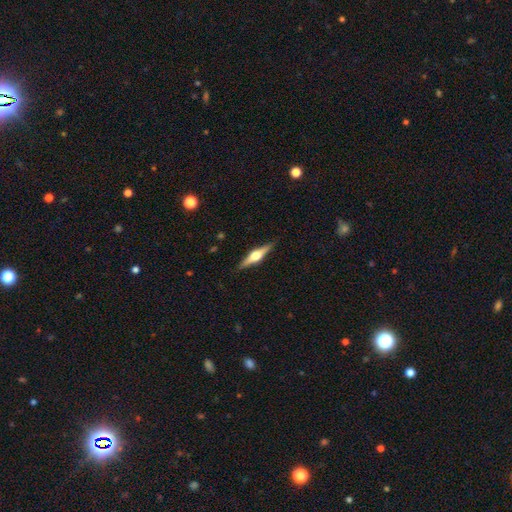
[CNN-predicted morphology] Overall: featured or disk (71%). Edge-on disk: yes (97%). Edge-on bulge: rounded (94%). Merging: none (90%).